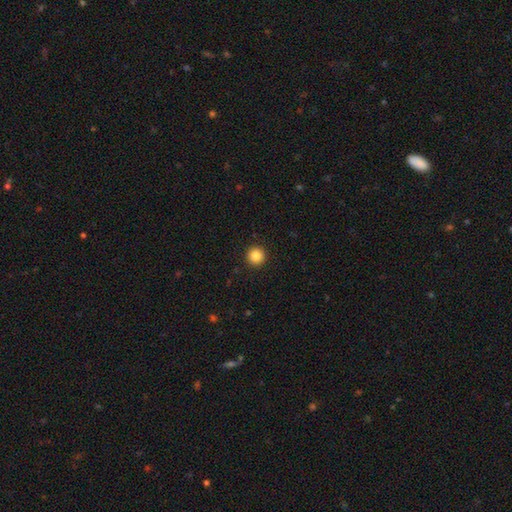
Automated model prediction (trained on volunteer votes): Smooth or featured: smooth — 85% (star or artifact — 10%)
How rounded: round — 96% (in between — 3%)
Merging: none — 93% (minor disturbance — 4%)